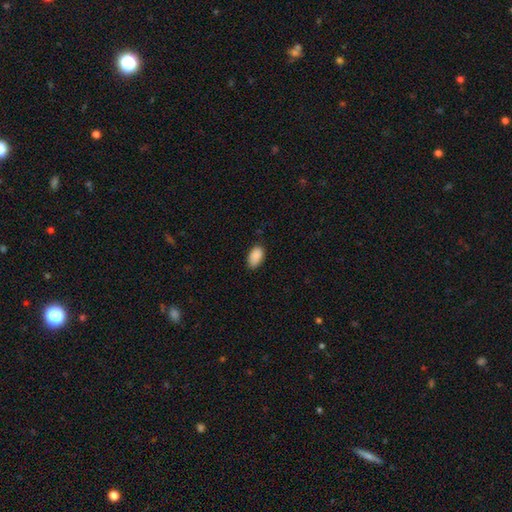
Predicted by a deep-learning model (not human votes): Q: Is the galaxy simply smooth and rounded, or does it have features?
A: smooth — 90%.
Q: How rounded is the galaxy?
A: in between — 94%.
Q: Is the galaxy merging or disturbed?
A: none — 79%.